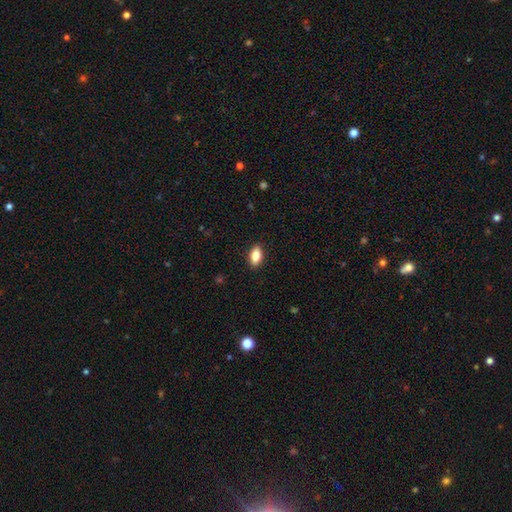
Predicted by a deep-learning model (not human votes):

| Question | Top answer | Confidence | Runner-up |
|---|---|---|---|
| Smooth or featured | smooth | 85% | featured or disk (8%) |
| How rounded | in between | 90% | cigar-shaped (5%) |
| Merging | none | 89% | minor disturbance (8%) |